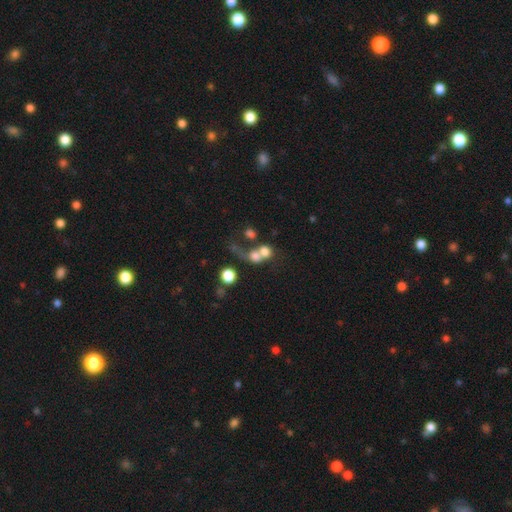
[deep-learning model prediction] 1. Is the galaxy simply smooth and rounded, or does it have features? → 64% smooth, 22% featured or disk, 14% star or artifact.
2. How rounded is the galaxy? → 70% round, 28% in between, 2% cigar-shaped.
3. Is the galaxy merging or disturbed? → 61% merger, 18% none, 14% major disturbance, 7% minor disturbance.